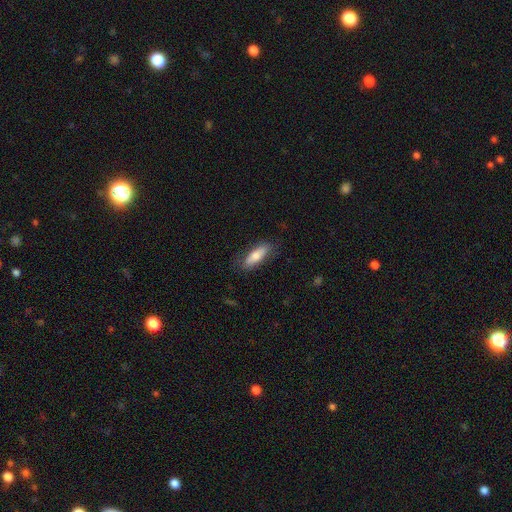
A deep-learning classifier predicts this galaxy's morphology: type=smooth (70%); roundness=in between (58%); merging=none (78%).